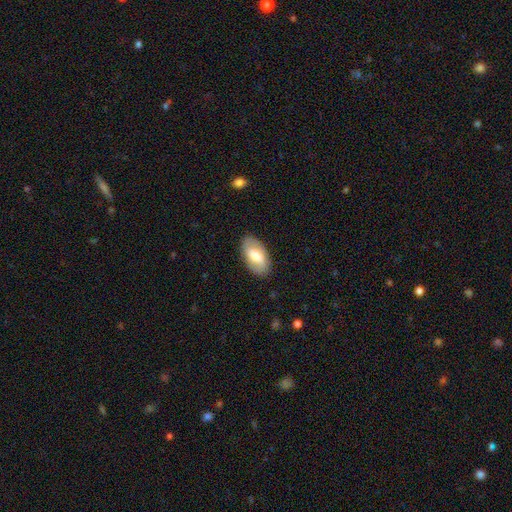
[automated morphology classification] This appears to be a smooth galaxy with no disk features (64%) that is in between round and cigar-shaped (95%). Merging: none (85%).